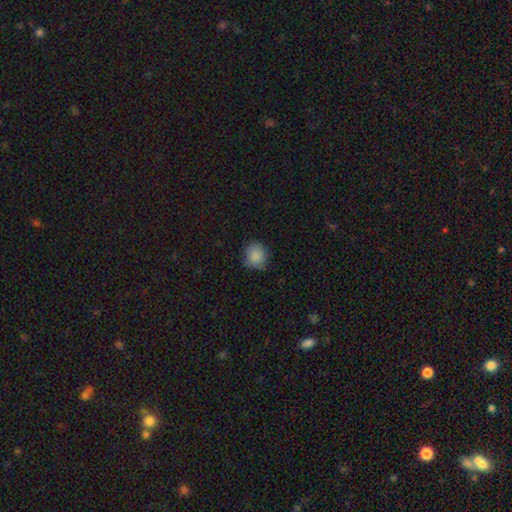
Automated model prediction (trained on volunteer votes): smooth_or_featured: smooth (p=0.86) [alt: star or artifact p=0.08]
how_rounded: round (p=0.75) [alt: in between p=0.24]
merging: none (p=0.74) [alt: minor disturbance p=0.21]